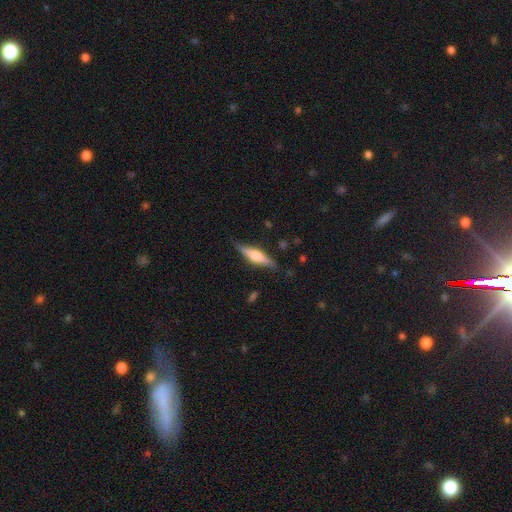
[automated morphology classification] Smooth or featured?
  - featured or disk: 54% *
  - smooth: 39%
  - star or artifact: 6%
Edge-on disk?
  - yes: 94% *
  - no: 6%
Edge-on bulge?
  - rounded: 79% *
  - boxy: 16%
  - none: 5%
Merging?
  - none: 81% *
  - minor disturbance: 15%
  - major disturbance: 3%
  - merger: 1%